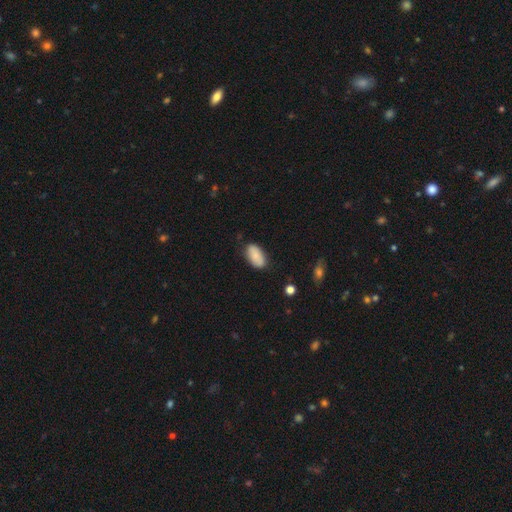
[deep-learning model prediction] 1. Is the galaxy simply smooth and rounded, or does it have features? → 83% smooth, 10% featured or disk, 7% star or artifact.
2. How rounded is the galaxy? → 94% in between, 3% round, 3% cigar-shaped.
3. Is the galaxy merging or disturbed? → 78% none, 17% minor disturbance, 3% major disturbance, 2% merger.